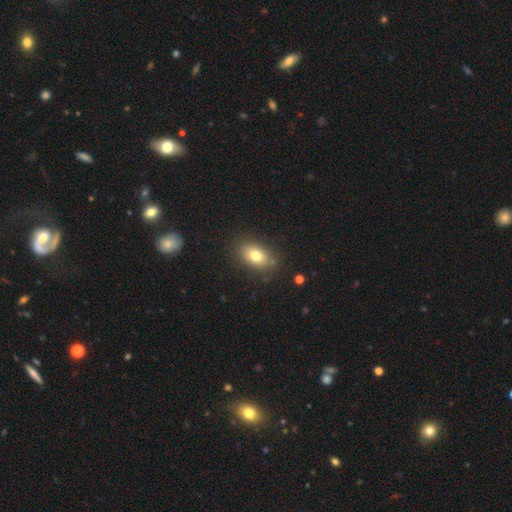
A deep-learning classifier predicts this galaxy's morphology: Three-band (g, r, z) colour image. It shows a smooth galaxy with no disk features (78%) that is in between round and cigar-shaped (84%). Merging: none (84%).